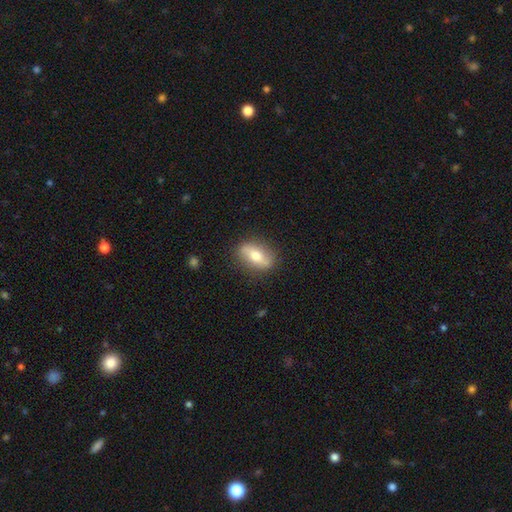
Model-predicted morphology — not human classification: smooth_or_featured: smooth (p=0.47) [alt: featured or disk p=0.46]
merging: none (p=0.84) [alt: minor disturbance p=0.11]